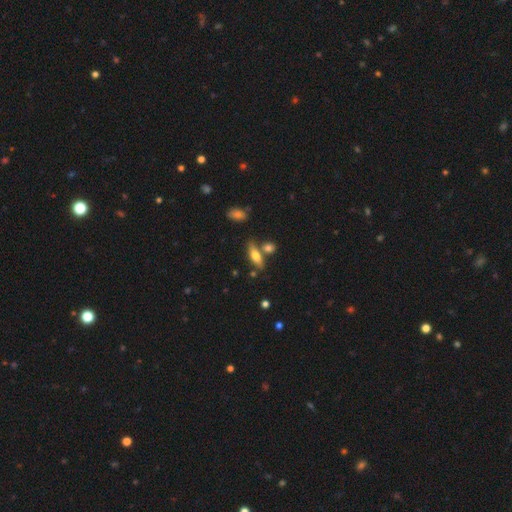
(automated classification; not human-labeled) Smooth or featured?
  - smooth: 62% *
  - featured or disk: 30%
  - star or artifact: 8%
How rounded?
  - in between: 57% *
  - cigar-shaped: 39%
  - round: 4%
Merging?
  - none: 66% *
  - merger: 18%
  - minor disturbance: 12%
  - major disturbance: 4%